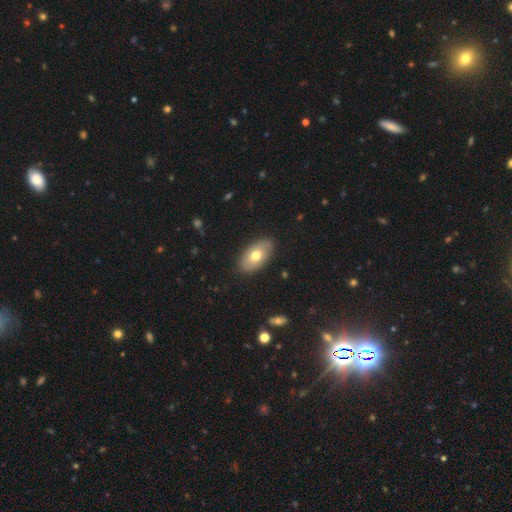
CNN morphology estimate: Smooth or featured: smooth — 68% (featured or disk — 26%)
How rounded: in between — 93% (round — 5%)
Merging: none — 86% (minor disturbance — 11%)